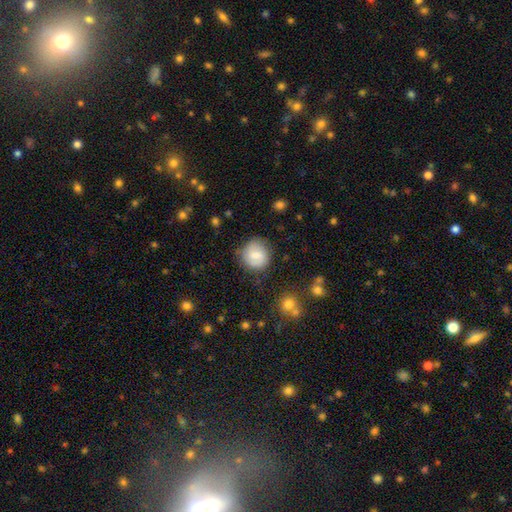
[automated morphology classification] smooth-or-featured: smooth: 74% | featured or disk: 19% | star or artifact: 7%
  how-rounded: round: 85% | in between: 14% | cigar-shaped: 1%
  merging: none: 77% | minor disturbance: 16% | major disturbance: 5% | merger: 2%